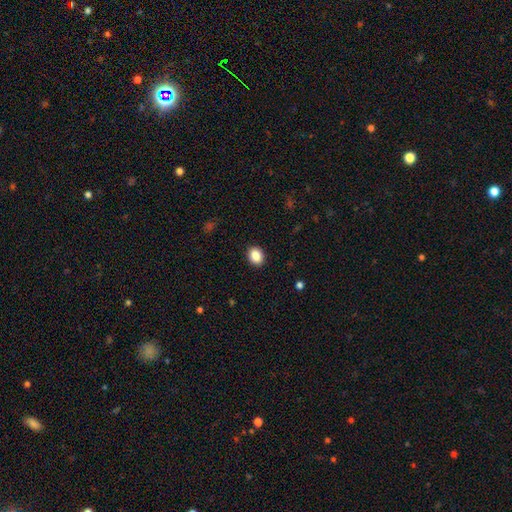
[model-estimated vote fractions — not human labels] This is clearly a smooth galaxy (87%). How rounded: possibly in between (52%). Merging: clearly none (91%).